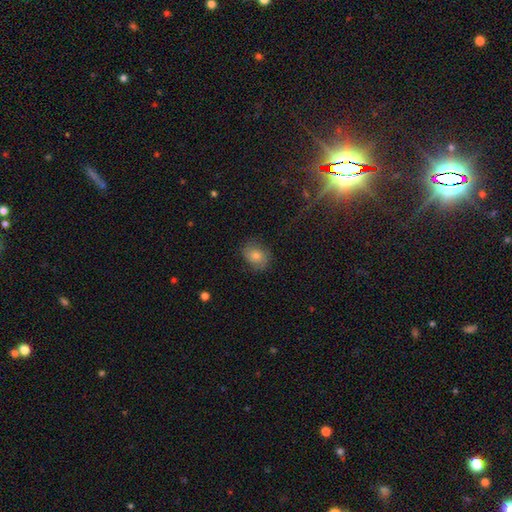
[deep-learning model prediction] Smooth or featured?
  - smooth: 56% *
  - featured or disk: 28%
  - star or artifact: 17%
How rounded?
  - round: 50% *
  - in between: 48%
  - cigar-shaped: 1%
Merging?
  - none: 75% *
  - minor disturbance: 17%
  - major disturbance: 6%
  - merger: 1%